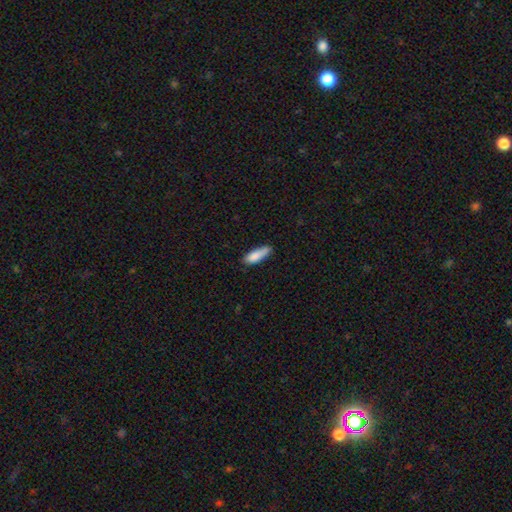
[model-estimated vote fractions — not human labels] A smooth galaxy with no disk features (85%) that is cigar-shaped (52%). Merging: none (67%).